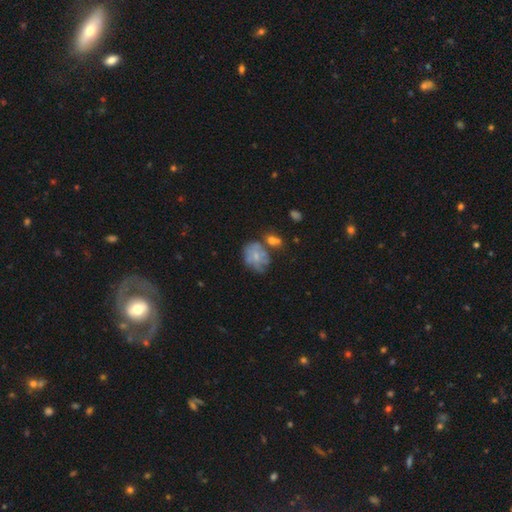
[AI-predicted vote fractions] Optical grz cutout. It shows a smooth galaxy with no disk features (47%). Merging: none (40%).